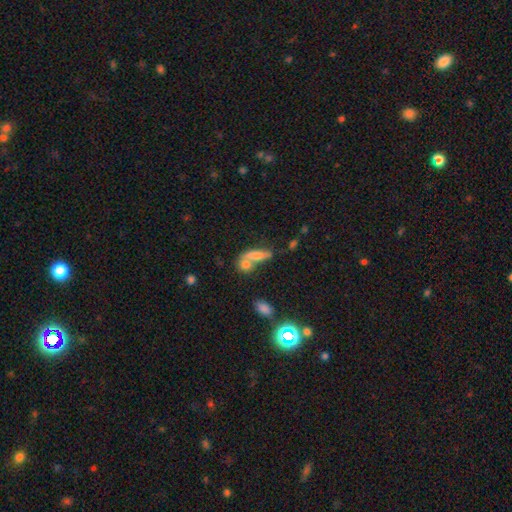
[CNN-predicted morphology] Smooth or featured? smooth (59%)
How rounded? in between (51%)
Merging? merger (48%)